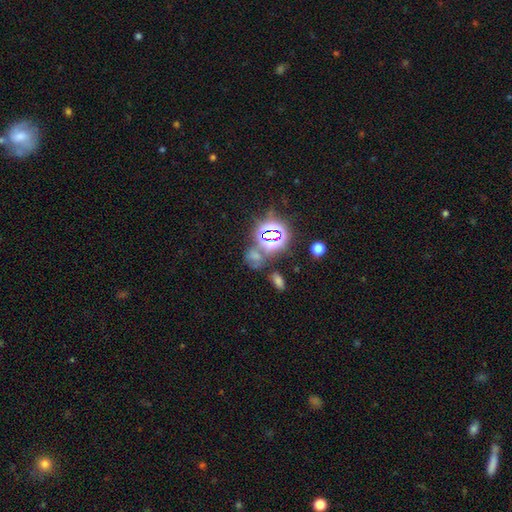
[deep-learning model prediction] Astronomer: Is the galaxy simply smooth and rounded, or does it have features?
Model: star or artifact — 71%.